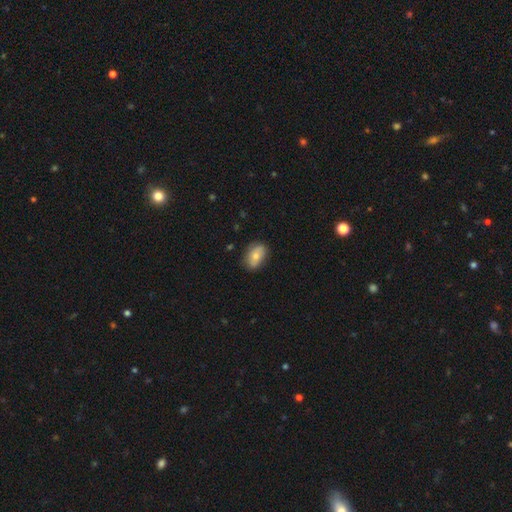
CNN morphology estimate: A smooth galaxy with no disk features (72%) that is in between round and cigar-shaped (85%).

Vote fractions:
- Smooth or featured? smooth: 72% / featured or disk: 21% / star or artifact: 7%
- How rounded? in between: 85% / round: 13% / cigar-shaped: 2%
- Merging? none: 78% / minor disturbance: 17% / major disturbance: 3% / merger: 1%